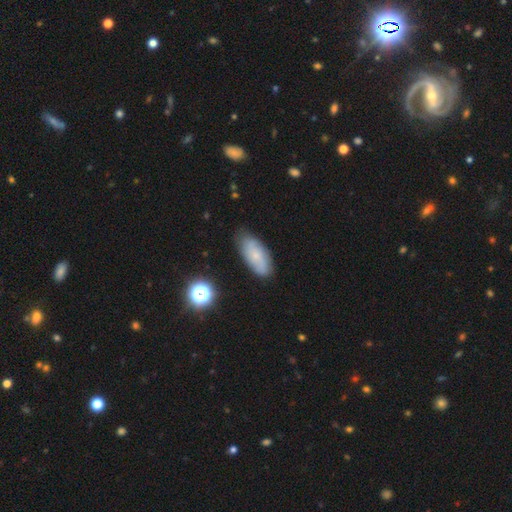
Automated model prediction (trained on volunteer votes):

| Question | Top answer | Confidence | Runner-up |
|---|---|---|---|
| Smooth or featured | smooth | 58% | featured or disk (33%) |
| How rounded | in between | 86% | cigar-shaped (11%) |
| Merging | none | 75% | minor disturbance (19%) |